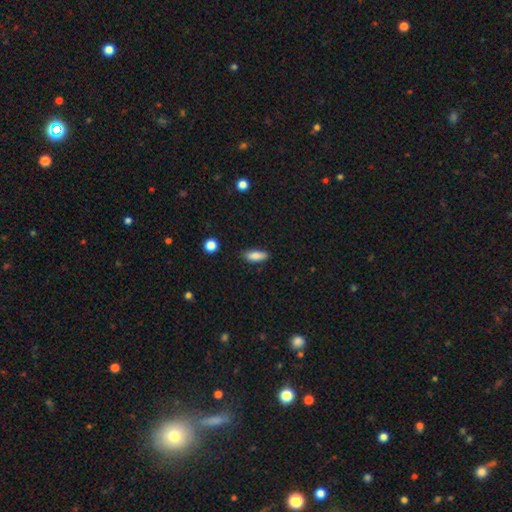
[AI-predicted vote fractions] Smooth or featured: smooth — 84% (featured or disk — 8%)
How rounded: in between — 70% (cigar-shaped — 27%)
Merging: none — 81% (minor disturbance — 15%)